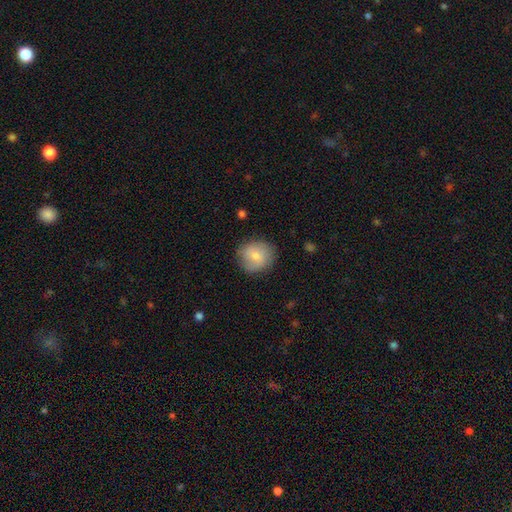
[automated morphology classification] Overall: smooth (75%). How rounded: round (83%). Merging: none (79%).